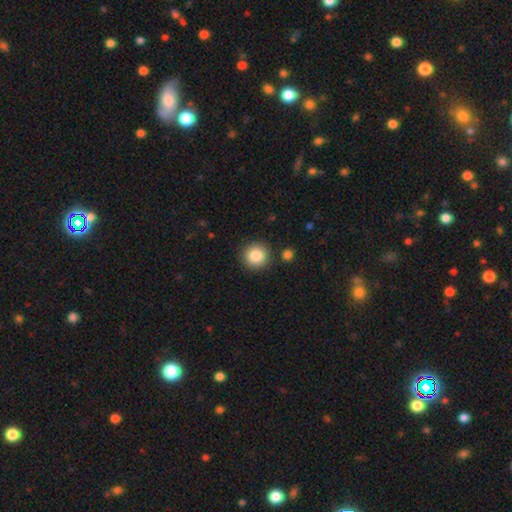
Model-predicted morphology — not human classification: smooth_or_featured: smooth (p=0.86) [alt: star or artifact p=0.09]
how_rounded: round (p=0.94) [alt: in between p=0.05]
merging: none (p=0.88) [alt: minor disturbance p=0.06]